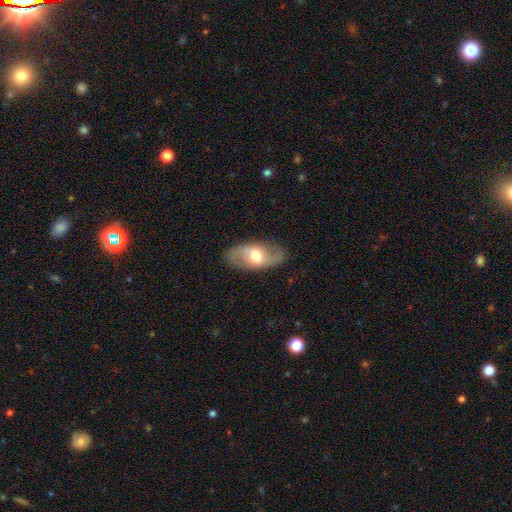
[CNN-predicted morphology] The model was most divided on "smooth or featured": smooth: 48%, featured or disk: 46%, star or artifact: 6%. More confident: merging — none (83%).